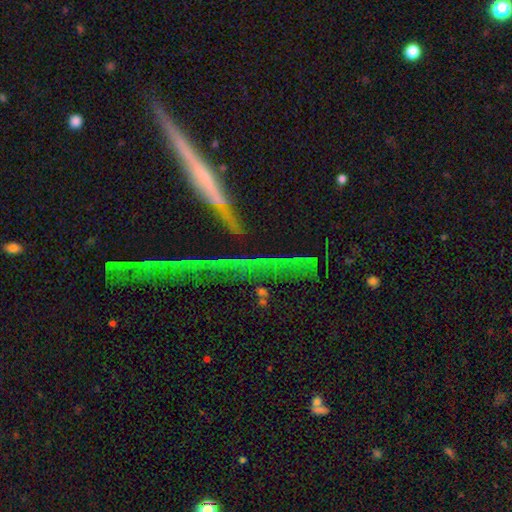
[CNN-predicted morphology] Overall: star or artifact (63%).